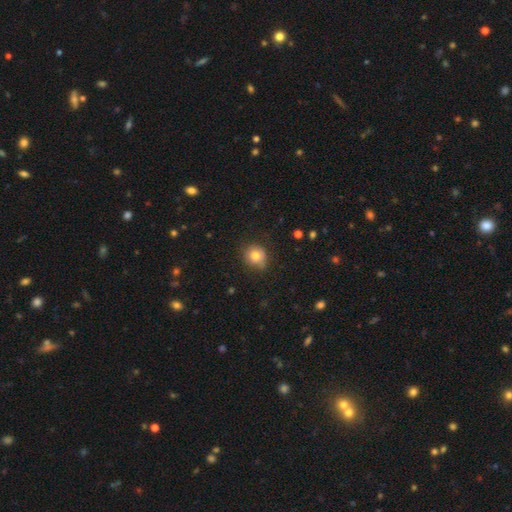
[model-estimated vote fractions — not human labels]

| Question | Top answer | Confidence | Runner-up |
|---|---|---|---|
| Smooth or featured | smooth | 79% | featured or disk (12%) |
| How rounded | round | 86% | in between (13%) |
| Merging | none | 75% | minor disturbance (19%) |